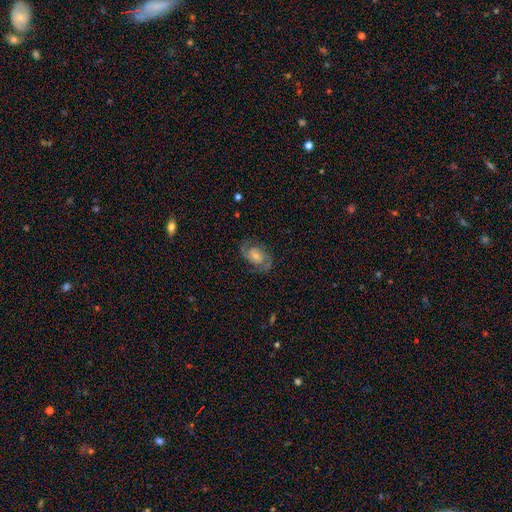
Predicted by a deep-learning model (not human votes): smooth_or_featured: featured or disk (p=0.76) [alt: smooth p=0.14]
disk_edge_on: no (p=0.97) [alt: yes p=0.03]
bar: no (p=0.54) [alt: weak p=0.38]
has_spiral_arms: yes (p=0.95) [alt: no p=0.05]
spiral_winding: medium (p=0.49) [alt: tight p=0.36]
spiral_arm_count: 2 (p=0.83) [alt: can't tell p=0.08]
bulge_size: small (p=0.43) [alt: moderate p=0.40]
merging: none (p=0.78) [alt: minor disturbance p=0.15]